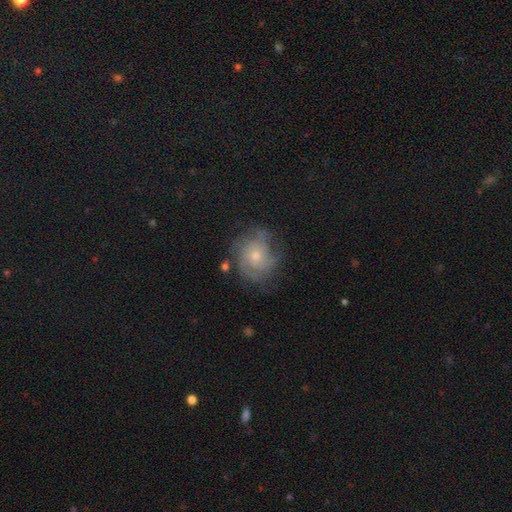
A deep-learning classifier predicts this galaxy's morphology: Q: Smooth or featured?
A: featured or disk (75%); runner-up: smooth (18%)
Q: Edge-on disk?
A: no (98%); runner-up: yes (2%)
Q: Bar?
A: no (79%); runner-up: weak (18%)
Q: Spiral arms?
A: yes (91%); runner-up: no (9%)
Q: Spiral winding?
A: tight (55%); runner-up: medium (34%)
Q: Spiral arm count?
A: can't tell (32%); runner-up: 3 (30%)
Q: Bulge size?
A: small (51%); runner-up: moderate (44%)
Q: Merging?
A: none (68%); runner-up: minor disturbance (20%)